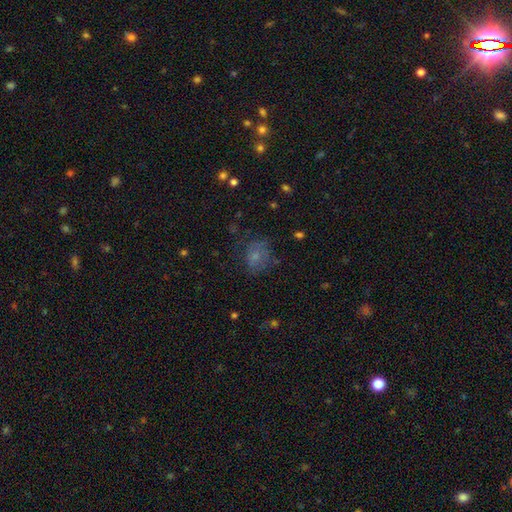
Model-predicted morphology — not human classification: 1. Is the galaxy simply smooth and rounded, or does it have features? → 59% smooth, 24% featured or disk, 17% star or artifact.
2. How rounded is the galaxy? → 54% round, 45% in between, 1% cigar-shaped.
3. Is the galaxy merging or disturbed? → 57% none, 23% minor disturbance, 18% major disturbance, 2% merger.